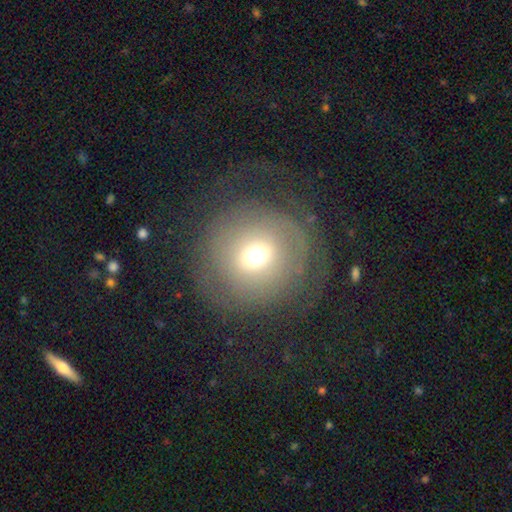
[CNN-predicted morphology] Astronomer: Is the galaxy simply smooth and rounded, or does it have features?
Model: smooth — 50% (runner-up: featured or disk, 37%).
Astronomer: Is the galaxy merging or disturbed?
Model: none — 61%.